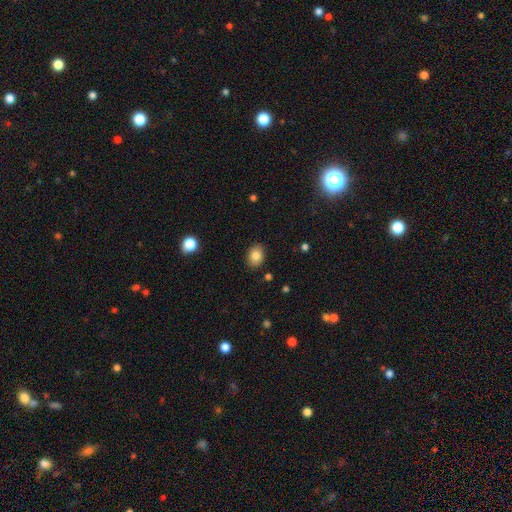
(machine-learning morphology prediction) A smooth galaxy with no disk features (84%) that is in between round and cigar-shaped (61%). Merging: none (88%).